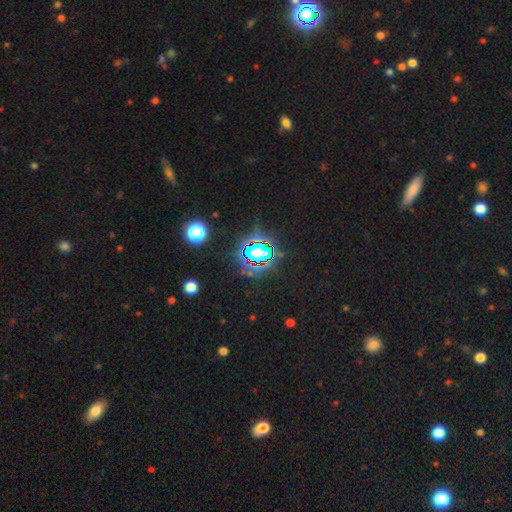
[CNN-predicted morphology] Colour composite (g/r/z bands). It shows a star or artifact, not a galaxy (79%).